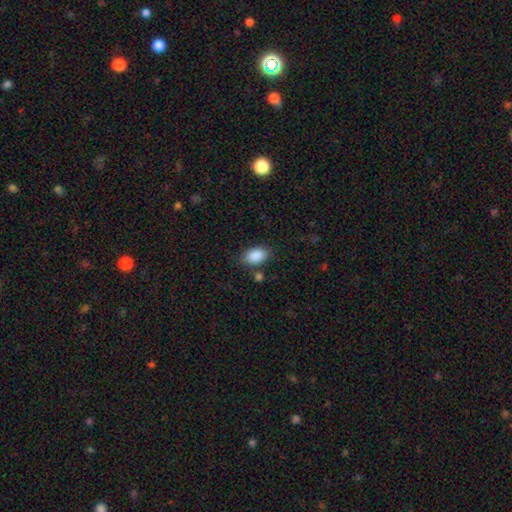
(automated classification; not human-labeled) Smooth or featured? smooth (89%)
How rounded? in between (88%)
Merging? none (76%)